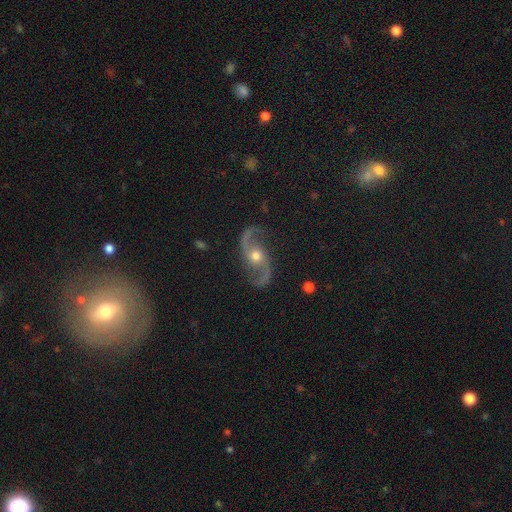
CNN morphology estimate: type=featured or disk (90%); edge-on=no (97%); bar=no (62%); spiral arms=yes (97%); winding=loose (57%); arm count=2 (94%); bulge=moderate (65%); merging=none (81%).